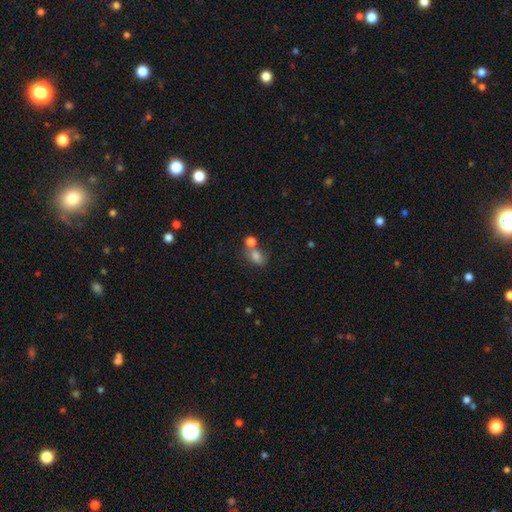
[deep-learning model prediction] smooth-or-featured: smooth: 76% | star or artifact: 12% | featured or disk: 12%
  how-rounded: in between: 71% | round: 27% | cigar-shaped: 2%
  merging: none: 40% (tied) | merger: 40% (tied) | minor disturbance: 13% | major disturbance: 6%